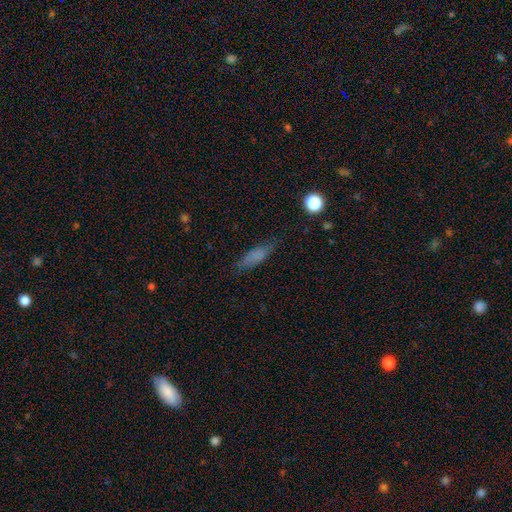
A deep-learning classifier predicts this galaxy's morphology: smooth 76%, featured or disk 14%, star or artifact 11%. Down the decision tree: how rounded — cigar-shaped (51%); merging — none (76%).